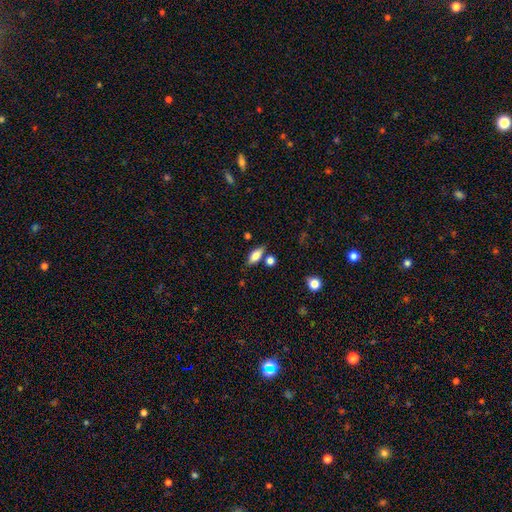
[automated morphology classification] smooth 72%, featured or disk 20%, star or artifact 8%. Down the decision tree: how rounded — in between (77%); merging — none (75%).